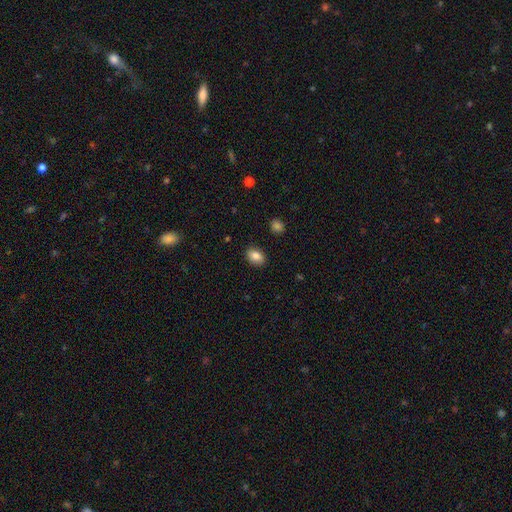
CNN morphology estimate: Smooth or featured: smooth — 85% (star or artifact — 8%)
How rounded: in between — 83% (round — 16%)
Merging: none — 88% (minor disturbance — 8%)